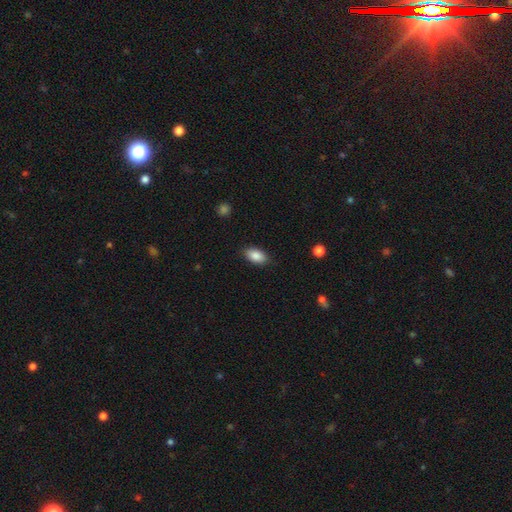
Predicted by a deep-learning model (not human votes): smooth_or_featured: smooth (p=0.87) [alt: star or artifact p=0.07]
how_rounded: in between (p=0.93) [alt: round p=0.05]
merging: none (p=0.87) [alt: minor disturbance p=0.10]